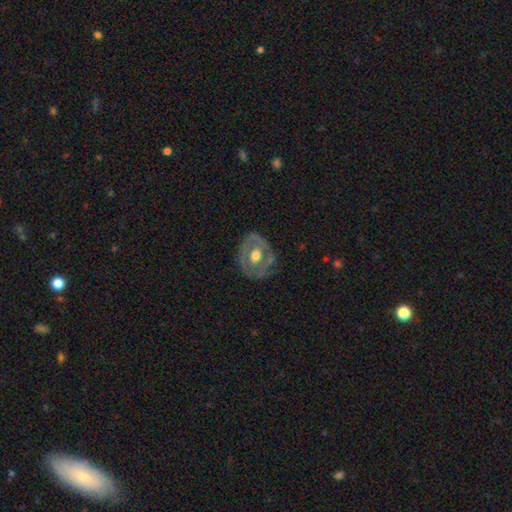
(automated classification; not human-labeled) Smooth or featured? featured or disk (64%)
Edge-on disk? no (95%)
Bar? no (73%)
Spiral arms? no (68%)
Bulge size? moderate (70%)
Merging? none (71%)